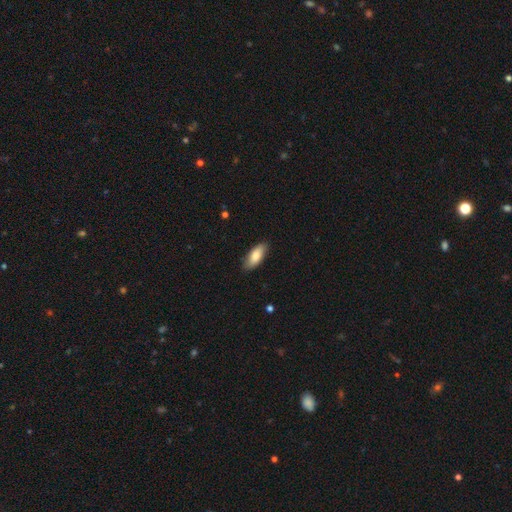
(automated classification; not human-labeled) The model was most divided on "how rounded": in between: 82%, cigar-shaped: 16%, round: 2%. More confident: merging — none (85%); smooth or featured — smooth (82%).